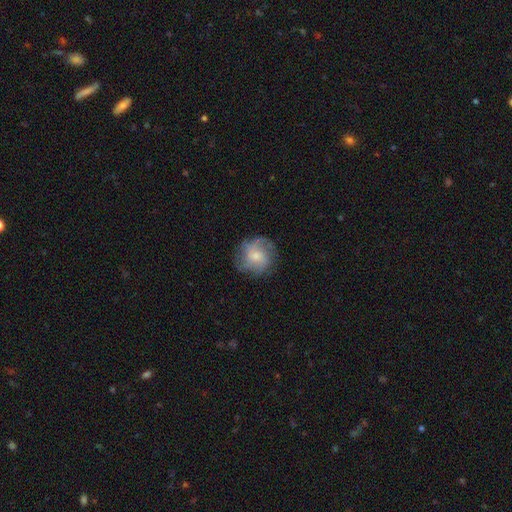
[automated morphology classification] featured or disk 47%, smooth 45%, star or artifact 8%. Down the decision tree: merging — none (72%).